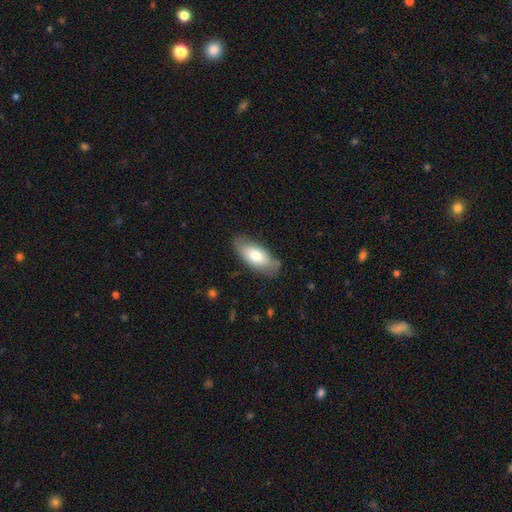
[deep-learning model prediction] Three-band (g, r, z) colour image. It shows a smooth galaxy with no disk features (72%) that is in between round and cigar-shaped (87%). Merging: none (78%).